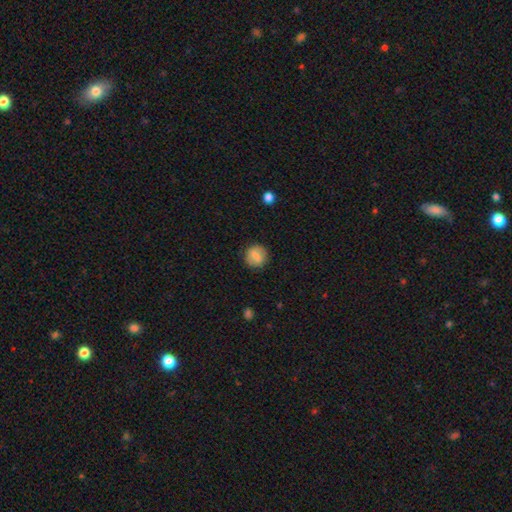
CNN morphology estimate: This appears to be a smooth galaxy with no disk features (72%) that is round (87%). Merging: none (87%).